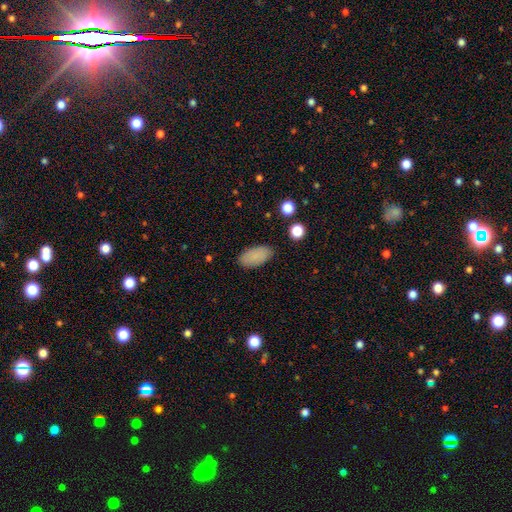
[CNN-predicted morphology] smooth_or_featured: smooth (p=0.87) [alt: star or artifact p=0.08]
how_rounded: in between (p=0.94) [alt: cigar-shaped p=0.04]
merging: none (p=0.87) [alt: minor disturbance p=0.10]